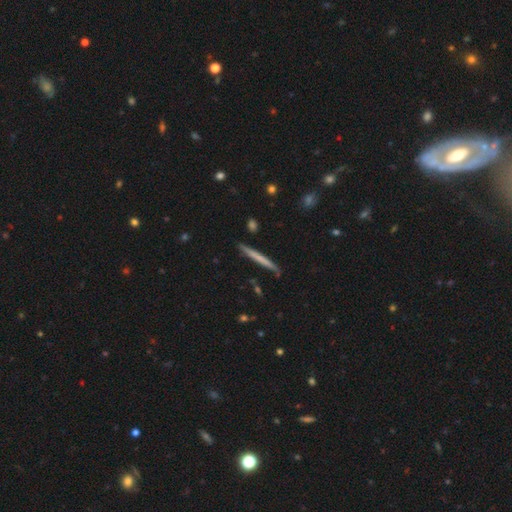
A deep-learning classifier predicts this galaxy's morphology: smooth-or-featured: smooth: 52% | featured or disk: 42% | star or artifact: 6%
  how-rounded: cigar-shaped: 97% | in between: 2% | round: 1%
  merging: none: 88% | minor disturbance: 9% | merger: 2% | major disturbance: 2%